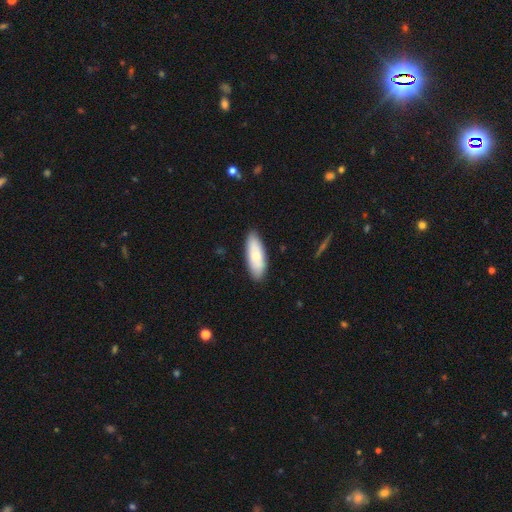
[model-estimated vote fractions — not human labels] Smooth or featured? Predicted: smooth (p=0.74). How rounded? Predicted: in between (p=0.69). Merging? Predicted: none (p=0.86).